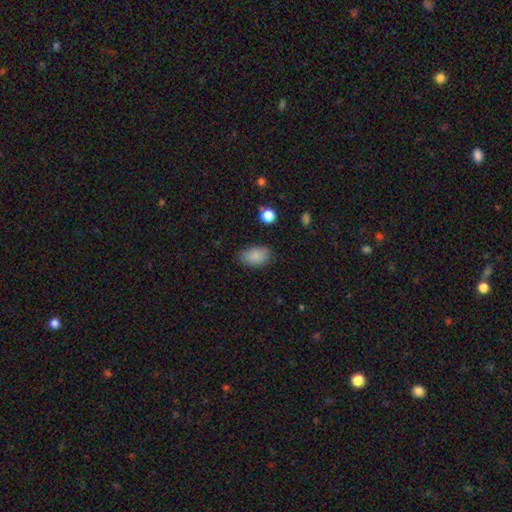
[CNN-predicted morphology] Smooth or featured? smooth (85%)
How rounded? in between (90%)
Merging? none (81%)